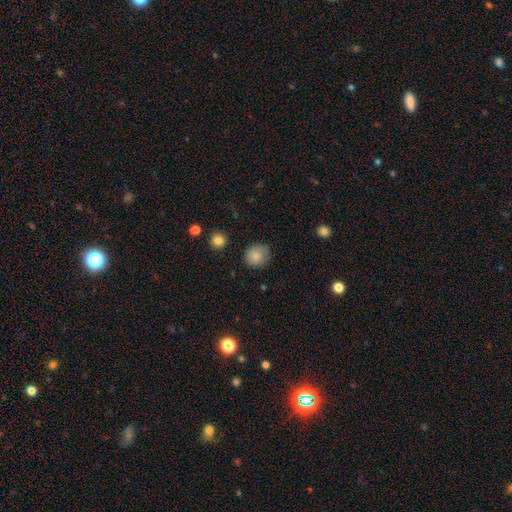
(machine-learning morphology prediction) The model was most divided on "how rounded": round: 76%, in between: 23%, cigar-shaped: 1%. More confident: smooth or featured — smooth (83%); merging — none (76%).